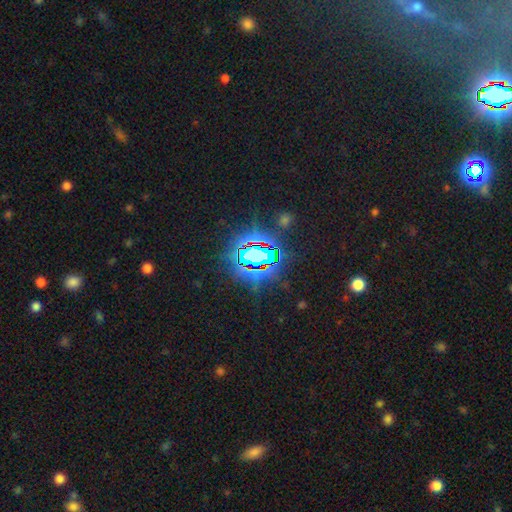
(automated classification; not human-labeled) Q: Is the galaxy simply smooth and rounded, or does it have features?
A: star or artifact — 81%.